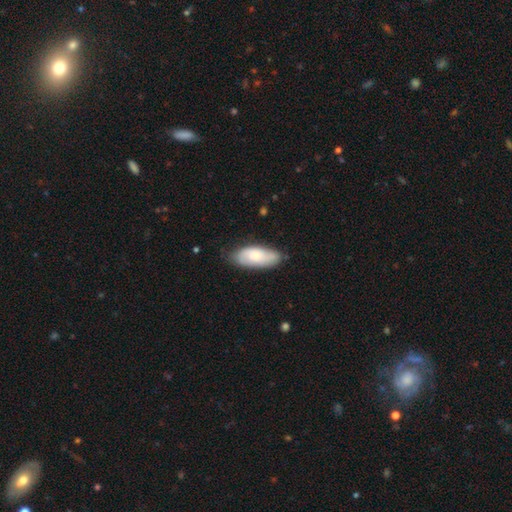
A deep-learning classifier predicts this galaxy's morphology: Smooth or featured? smooth (66%)
How rounded? in between (84%)
Merging? none (73%)